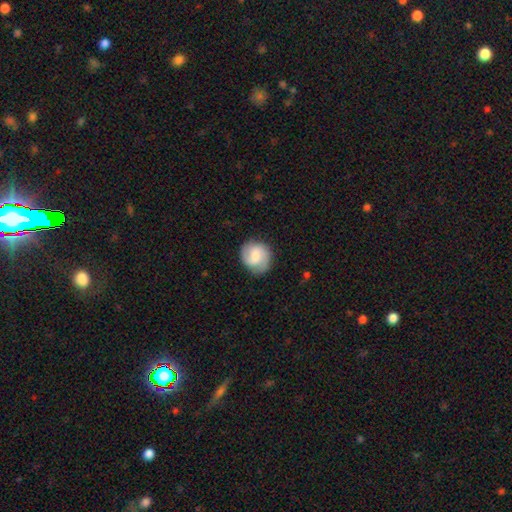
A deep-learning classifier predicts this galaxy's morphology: A featured or disk galaxy (53%) with a weak bar (52%), spiral arms (91%) and a small central bulge (39%, tied with moderate). Merging: none (82%).